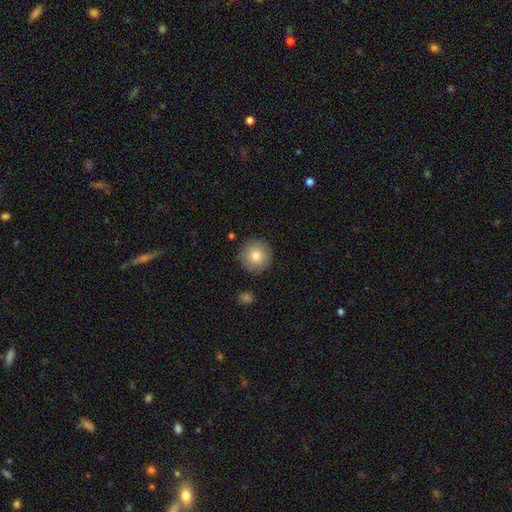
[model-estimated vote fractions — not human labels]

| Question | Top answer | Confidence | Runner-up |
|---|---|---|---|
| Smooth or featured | smooth | 82% | featured or disk (10%) |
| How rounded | round | 95% | in between (4%) |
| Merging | none | 89% | minor disturbance (7%) |